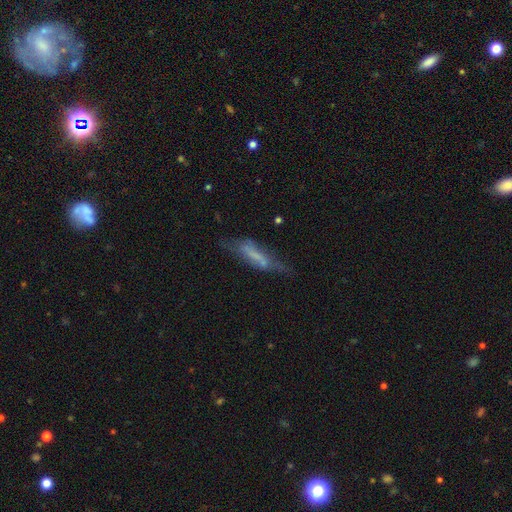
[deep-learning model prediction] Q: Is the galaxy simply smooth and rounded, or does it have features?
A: featured or disk — 50%.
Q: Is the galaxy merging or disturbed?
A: none — 45%.